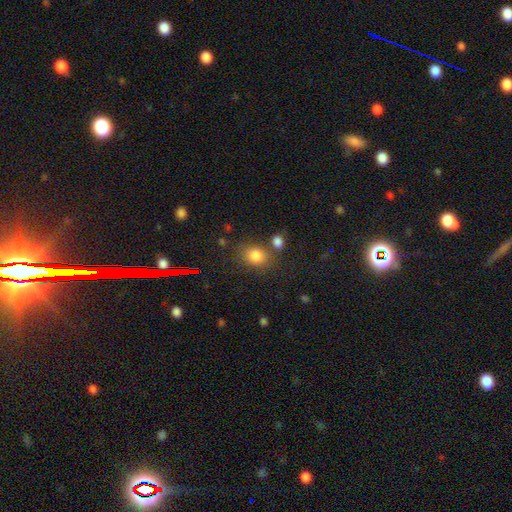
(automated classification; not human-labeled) smooth_or_featured: smooth (p=0.82) [alt: star or artifact p=0.11]
how_rounded: round (p=0.51) [alt: in between p=0.48]
merging: none (p=0.69) [alt: minor disturbance p=0.14]